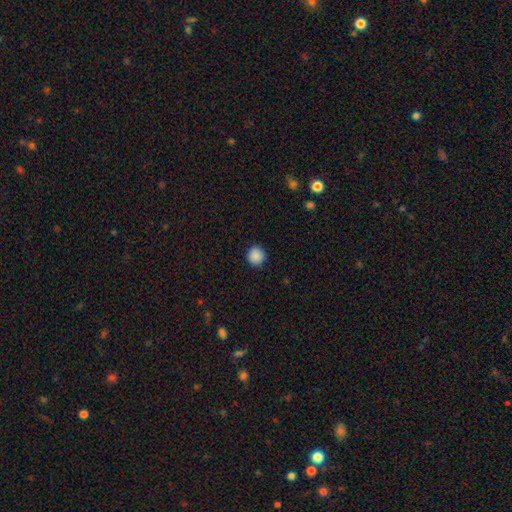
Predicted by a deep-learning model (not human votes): This is clearly a smooth galaxy (89%). How rounded: clearly round (94%). Merging: clearly none (92%).